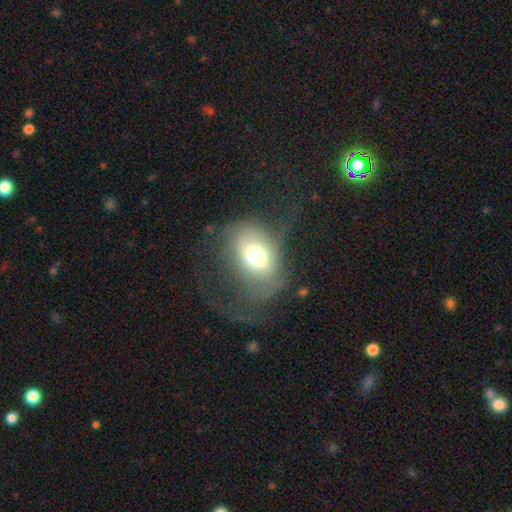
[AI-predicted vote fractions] This appears to be a smooth galaxy with no disk features (58%) that is in between round and cigar-shaped (63%). Merging: none (40%).